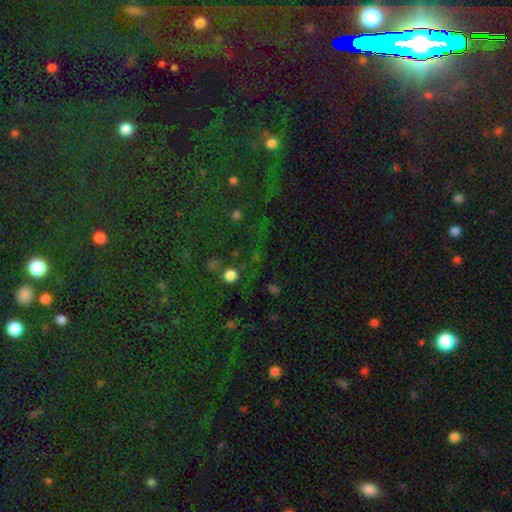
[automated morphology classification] A star or artifact, not a galaxy (76%).

Vote fractions:
- Smooth or featured? star or artifact: 76% / smooth: 15% / featured or disk: 8%